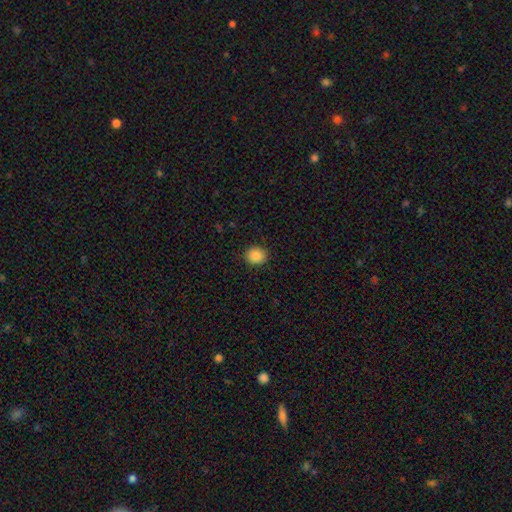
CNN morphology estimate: Smooth or featured? Predicted: smooth (p=0.87). How rounded? Predicted: round (p=0.76). Merging? Predicted: none (p=0.90).